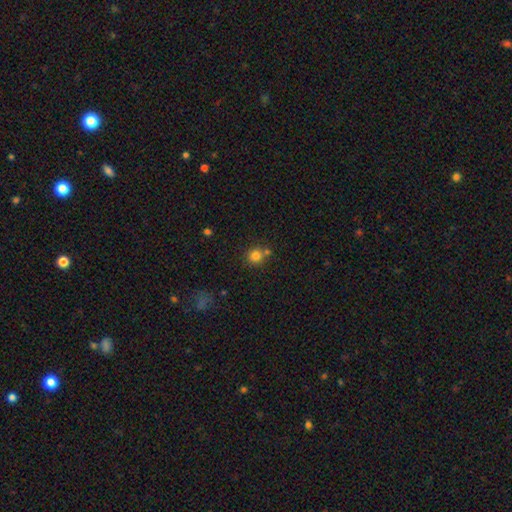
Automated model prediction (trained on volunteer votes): Morphology: type=smooth (81%); roundness=round (90%); merging=none (67%).